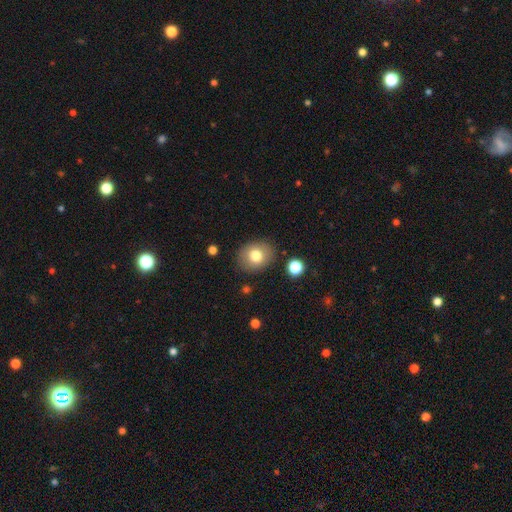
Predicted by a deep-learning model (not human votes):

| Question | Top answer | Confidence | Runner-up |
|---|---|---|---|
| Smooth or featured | smooth | 78% | featured or disk (13%) |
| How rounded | round | 54% | in between (46%) |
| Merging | none | 85% | minor disturbance (10%) |